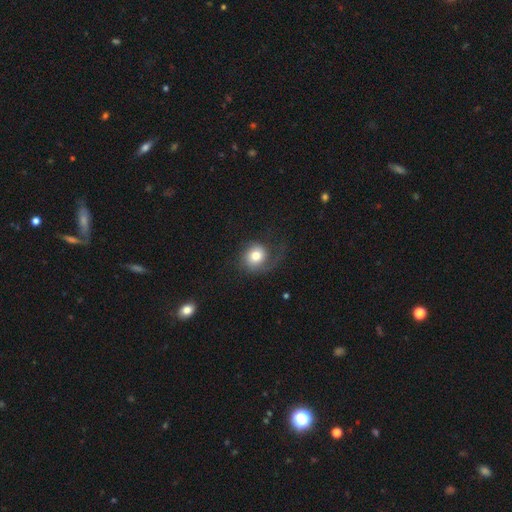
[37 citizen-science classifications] smooth-or-featured: smooth: 70% | featured or disk: 24% | star or artifact: 5%
  how-rounded: round: 81% | in between: 19% | cigar-shaped: 0%
  merging: major disturbance: 46% | minor disturbance: 29% | none: 26% | merger: 0%